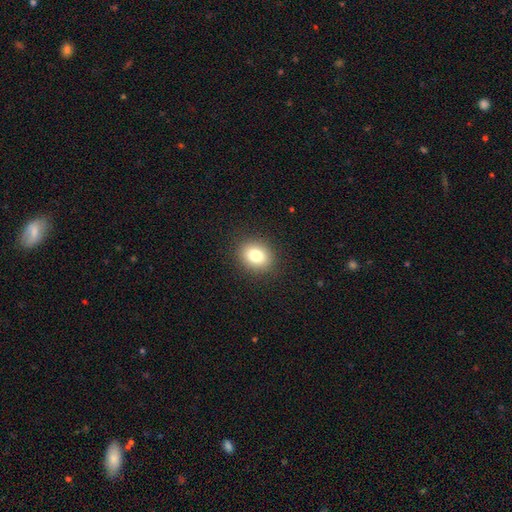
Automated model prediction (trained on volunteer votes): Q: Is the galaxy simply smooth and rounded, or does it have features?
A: smooth — 81%.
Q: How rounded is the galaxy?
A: round — 60%.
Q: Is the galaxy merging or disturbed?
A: none — 90%.